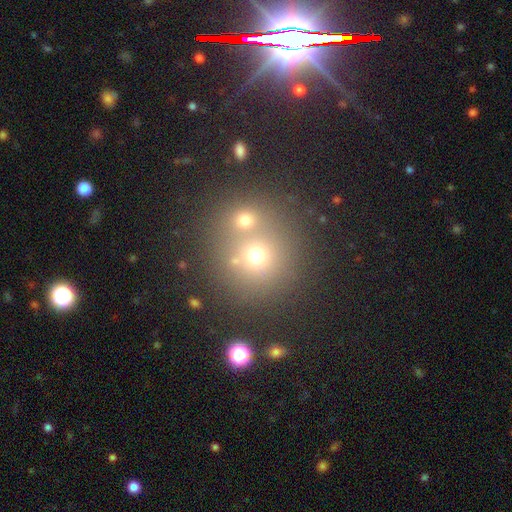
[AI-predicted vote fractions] smooth-or-featured: smooth: 62% | star or artifact: 23% | featured or disk: 15%
  how-rounded: round: 90% | in between: 9% | cigar-shaped: 1%
  merging: none: 54% | merger: 35% | minor disturbance: 7% | major disturbance: 4%